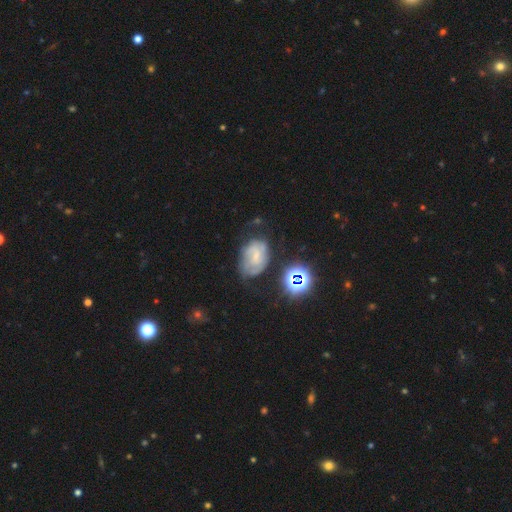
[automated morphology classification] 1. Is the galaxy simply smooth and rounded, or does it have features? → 54% featured or disk, 31% smooth, 15% star or artifact.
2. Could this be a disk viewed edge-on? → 97% no, 3% yes.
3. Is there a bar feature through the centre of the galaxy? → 53% no, 37% weak, 9% strong.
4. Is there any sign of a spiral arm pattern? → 72% yes, 28% no.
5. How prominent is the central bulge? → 50% small, 26% none, 20% moderate, 3% large, 1% dominant.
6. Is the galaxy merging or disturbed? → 46% none, 31% minor disturbance, 18% major disturbance, 4% merger.